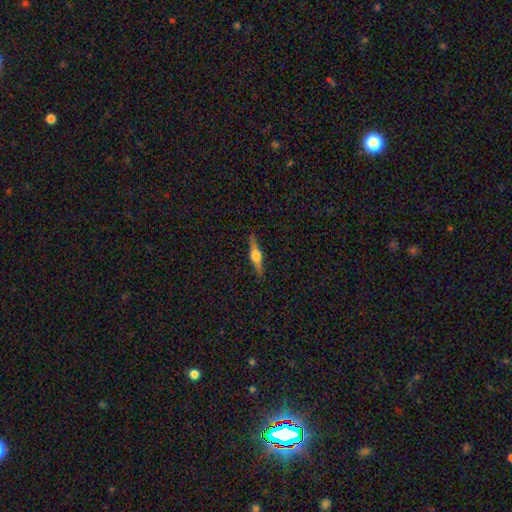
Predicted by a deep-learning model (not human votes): Q: Smooth or featured?
A: featured or disk (69%); runner-up: smooth (25%)
Q: Edge-on disk?
A: yes (97%); runner-up: no (3%)
Q: Edge-on bulge?
A: rounded (92%); runner-up: boxy (6%)
Q: Merging?
A: none (89%); runner-up: minor disturbance (8%)